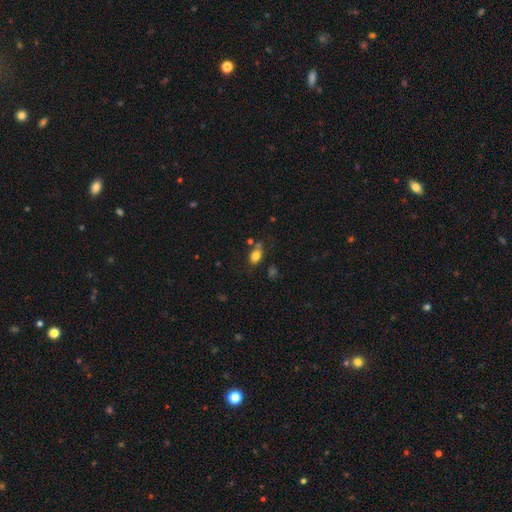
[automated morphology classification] Q: Smooth or featured?
A: smooth (79%); runner-up: star or artifact (11%)
Q: How rounded?
A: in between (78%); runner-up: round (20%)
Q: Merging?
A: none (67%); runner-up: minor disturbance (16%)